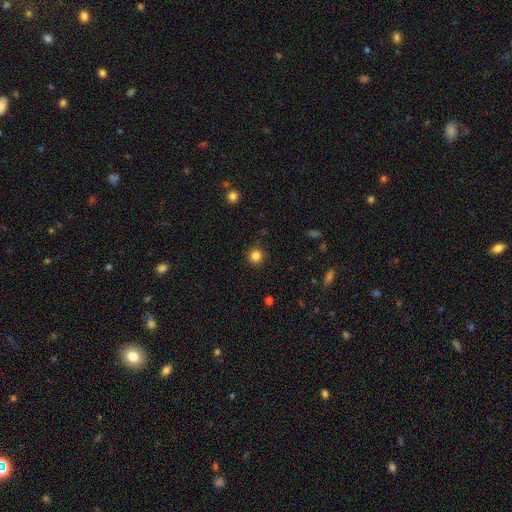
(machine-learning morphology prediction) A smooth galaxy with no disk features (83%) that is round (94%).

Vote fractions:
- Smooth or featured? smooth: 83% / star or artifact: 13% / featured or disk: 4%
- How rounded? round: 94% / in between: 5% / cigar-shaped: 1%
- Merging? none: 91% / minor disturbance: 6% / major disturbance: 2% / merger: 1%